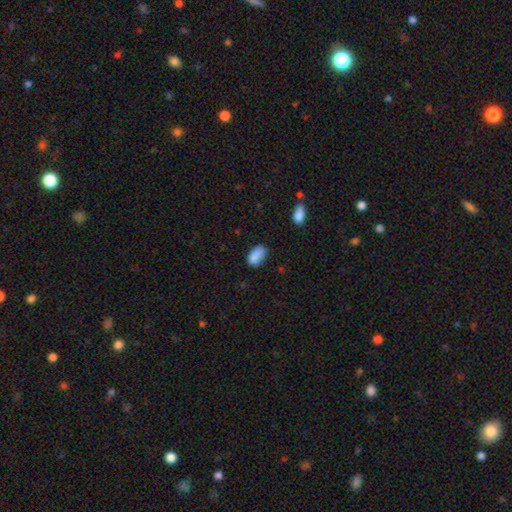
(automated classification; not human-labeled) A smooth galaxy with no disk features (84%) that is in between round and cigar-shaped (91%).

Vote fractions:
- Smooth or featured? smooth: 84% / star or artifact: 8% / featured or disk: 7%
- How rounded? in between: 91% / round: 7% / cigar-shaped: 2%
- Merging? none: 65% / minor disturbance: 25% / major disturbance: 6% / merger: 4%